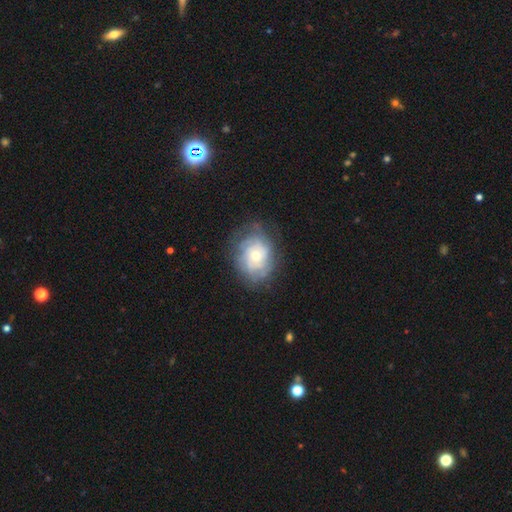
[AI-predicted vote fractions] Smooth or featured? Predicted: featured or disk (p=0.70). Edge-on disk? Predicted: no (p=0.97). Bar? Predicted: no (p=0.77). Spiral arms? Predicted: yes (p=0.85). Spiral winding? Predicted: tight (p=0.64). Spiral arm count? Predicted: can't tell (p=0.56). Bulge size? Predicted: moderate (p=0.58). Merging? Predicted: none (p=0.69).